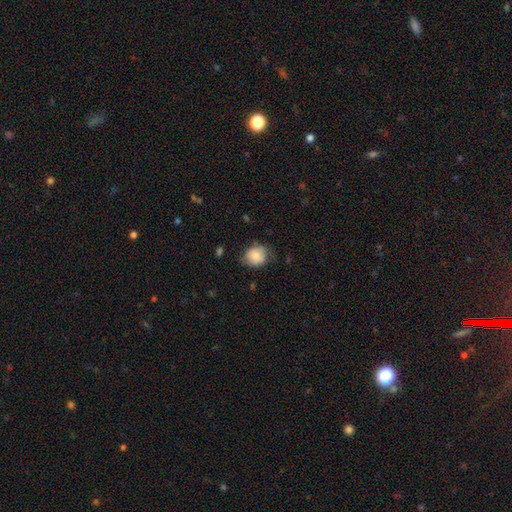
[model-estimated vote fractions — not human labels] Q: Smooth or featured?
A: smooth (80%); runner-up: featured or disk (12%)
Q: How rounded?
A: round (67%); runner-up: in between (32%)
Q: Merging?
A: none (65%); runner-up: minor disturbance (26%)